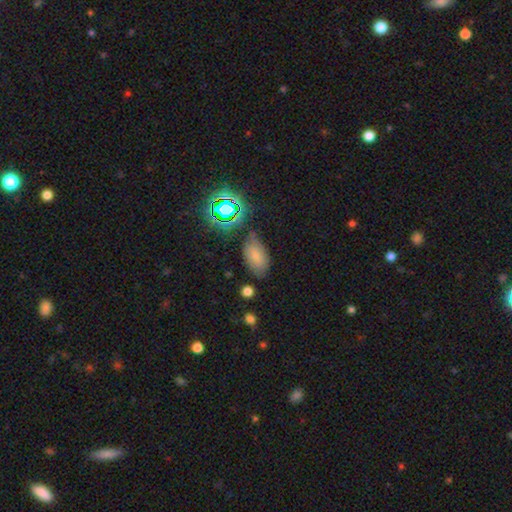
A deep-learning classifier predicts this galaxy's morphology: smooth 64%, featured or disk 18%, star or artifact 18%. Down the decision tree: how rounded — in between (92%); merging — none (63%).